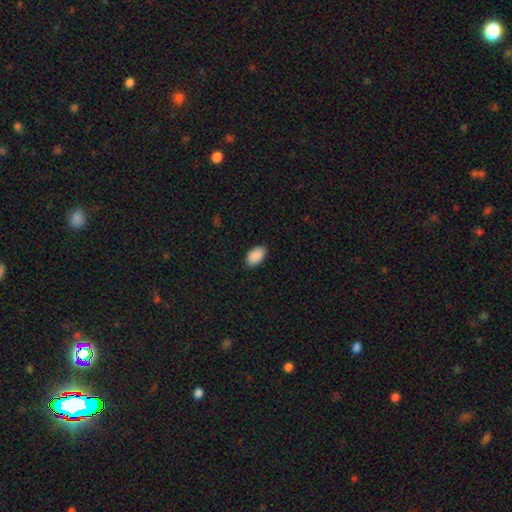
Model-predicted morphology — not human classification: Overall: smooth (91%). How rounded: in between (94%). Merging: none (87%).